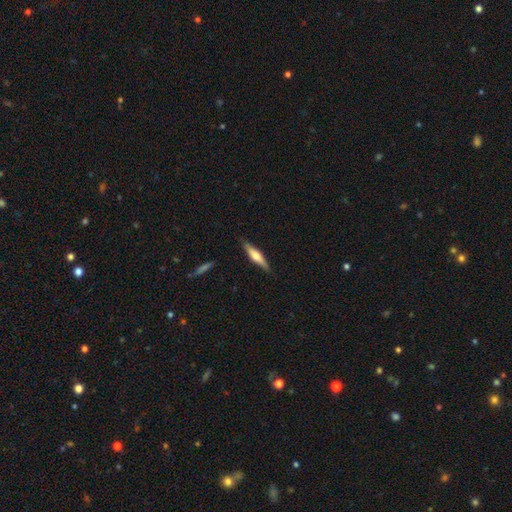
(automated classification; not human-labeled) A featured or disk galaxy (54%) viewed edge-on (95%) with a rounded central bulge (86%).

Vote fractions:
- Smooth or featured? featured or disk: 54% / smooth: 40% / star or artifact: 5%
- Edge-on disk? yes: 95% / no: 5%
- Edge-on bulge? rounded: 86% / boxy: 8% / none: 5%
- Merging? none: 87% / minor disturbance: 10% / major disturbance: 2% / merger: 1%